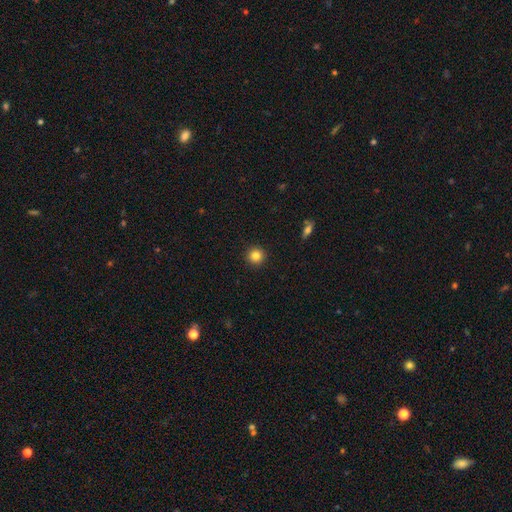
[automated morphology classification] type=smooth (84%); roundness=round (95%); merging=none (93%).